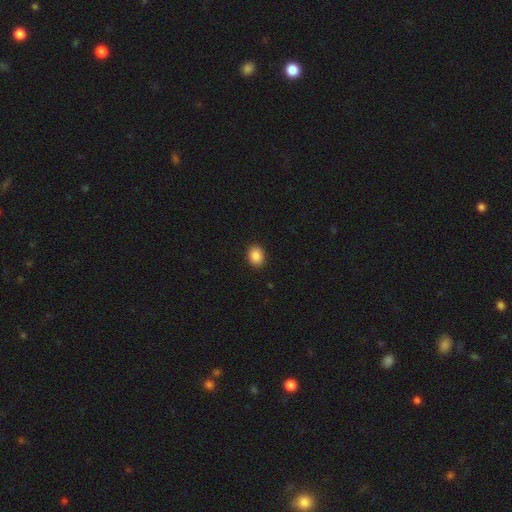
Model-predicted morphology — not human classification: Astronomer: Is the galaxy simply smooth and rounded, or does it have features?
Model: smooth — 89%.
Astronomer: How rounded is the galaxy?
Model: in between — 59% (runner-up: round, 40%).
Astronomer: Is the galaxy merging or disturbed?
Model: none — 91%.